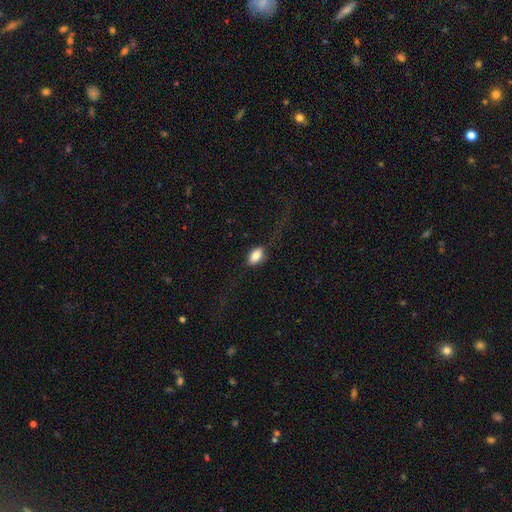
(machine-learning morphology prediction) Q: Smooth or featured?
A: smooth (84%); runner-up: featured or disk (9%)
Q: How rounded?
A: in between (90%); runner-up: round (8%)
Q: Merging?
A: none (59%); runner-up: major disturbance (21%)